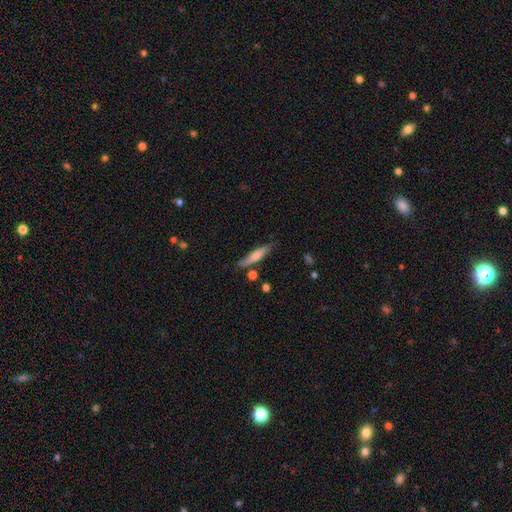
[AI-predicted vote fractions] Smooth or featured? Predicted: smooth (p=0.60). How rounded? Predicted: cigar-shaped (p=0.85). Merging? Predicted: none (p=0.78).